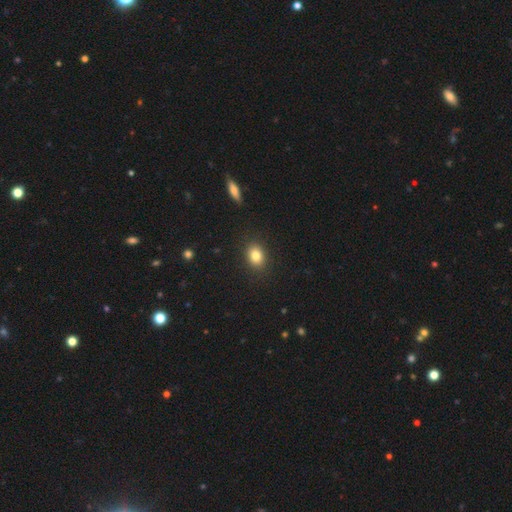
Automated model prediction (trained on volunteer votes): Q: Smooth or featured?
A: smooth (83%); runner-up: star or artifact (10%)
Q: How rounded?
A: in between (59%); runner-up: round (39%)
Q: Merging?
A: none (88%); runner-up: minor disturbance (8%)